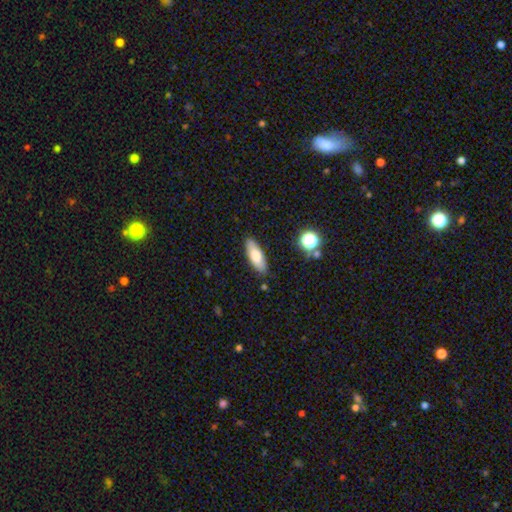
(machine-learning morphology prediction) A smooth galaxy with no disk features (76%) that is in between round and cigar-shaped (63%). Merging: none (86%).